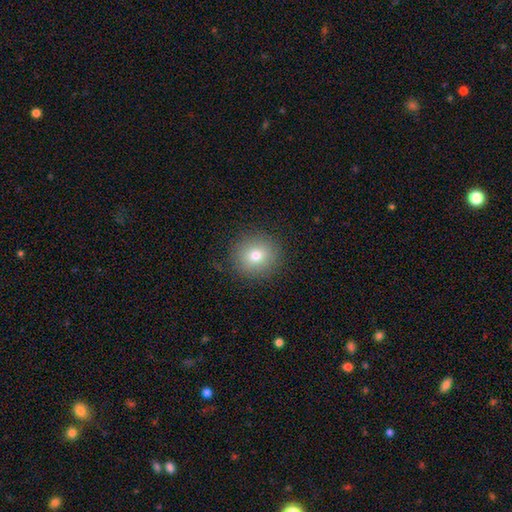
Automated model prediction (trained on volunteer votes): smooth-or-featured: smooth: 76% | star or artifact: 12% | featured or disk: 12%
  how-rounded: round: 90% | in between: 9% | cigar-shaped: 1%
  merging: none: 88% | minor disturbance: 8% | major disturbance: 3% | merger: 1%